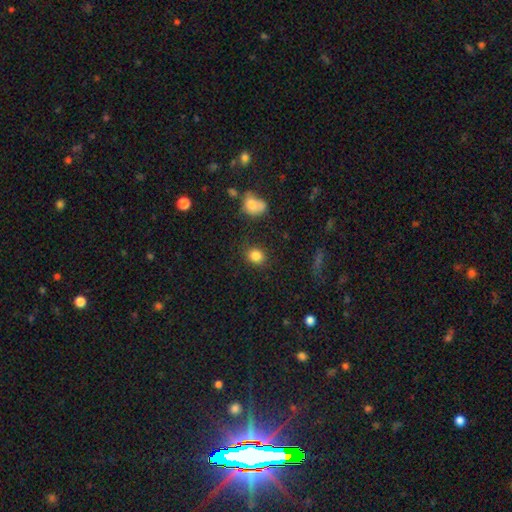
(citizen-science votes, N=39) A smooth galaxy with no disk features (90%) that is round (77%).

Vote fractions:
- Smooth or featured? smooth: 90% / featured or disk: 5% / star or artifact: 5%
- How rounded? round: 77% / in between: 23% / cigar-shaped: 0%
- Merging? none: 78% / minor disturbance: 8% / merger: 8% / major disturbance: 5%